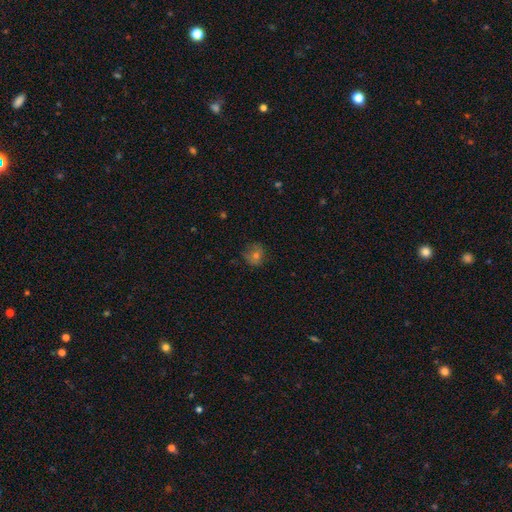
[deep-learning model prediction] Smooth or featured: smooth — 62% (featured or disk — 19%)
How rounded: round — 80% (in between — 18%)
Merging: none — 71% (minor disturbance — 20%)